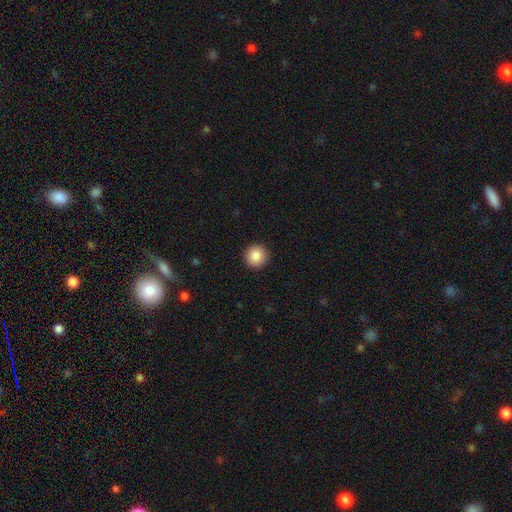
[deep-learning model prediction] A smooth galaxy with no disk features (87%) that is round (96%). Merging: none (93%).